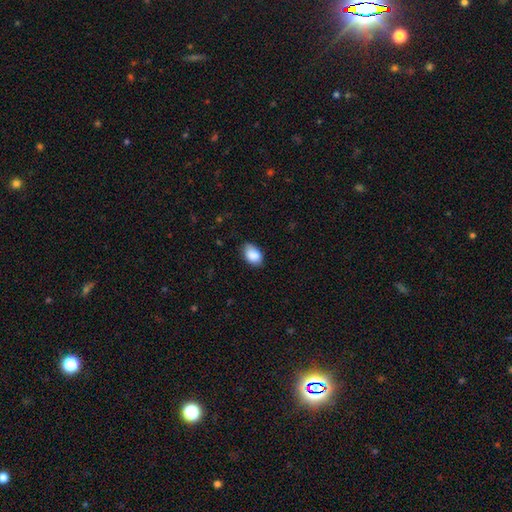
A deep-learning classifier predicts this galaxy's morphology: smooth 88%, star or artifact 7%, featured or disk 5%. Down the decision tree: how rounded — in between (87%); merging — none (70%).